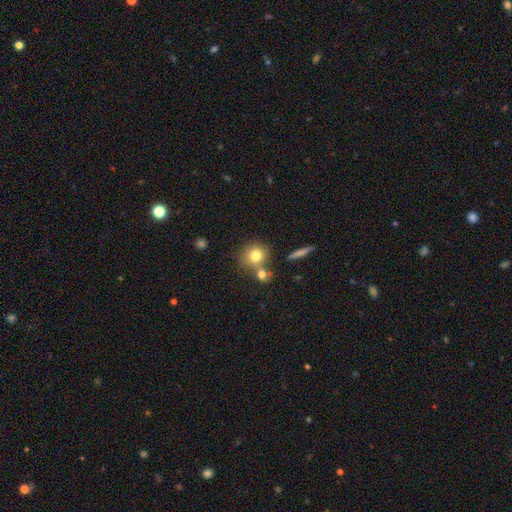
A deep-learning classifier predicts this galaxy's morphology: Smooth or featured: smooth — 76% (featured or disk — 13%)
How rounded: round — 79% (in between — 19%)
Merging: none — 58% (merger — 28%)